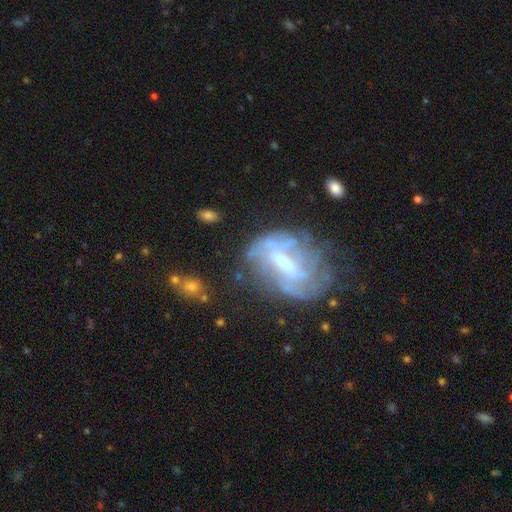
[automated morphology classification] This appears to be a featured or disk galaxy (73%) with a strong bar (53%), spiral arms (70%) and a small central bulge (43%). Merging: none (59%).